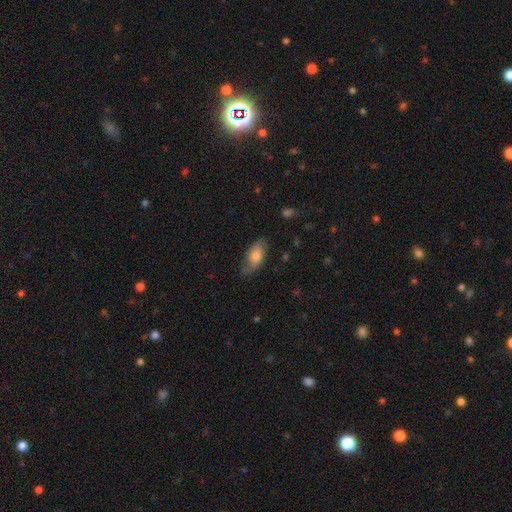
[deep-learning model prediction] This is possibly a smooth galaxy (54%). How rounded: clearly in between (87%). Merging: likely none (66%).